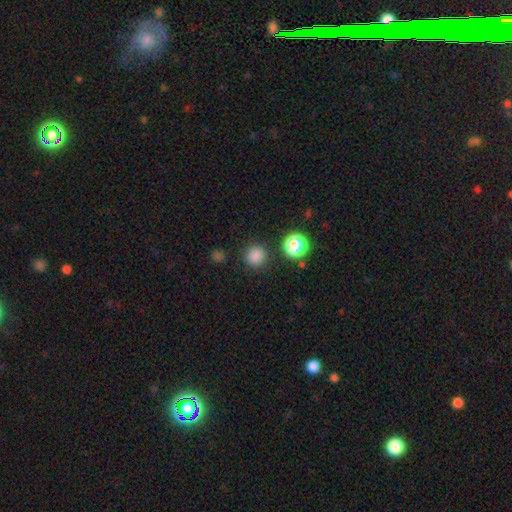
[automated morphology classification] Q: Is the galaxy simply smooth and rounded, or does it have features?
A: smooth — 81%.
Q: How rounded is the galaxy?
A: round — 92%.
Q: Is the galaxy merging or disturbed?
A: none — 86%.